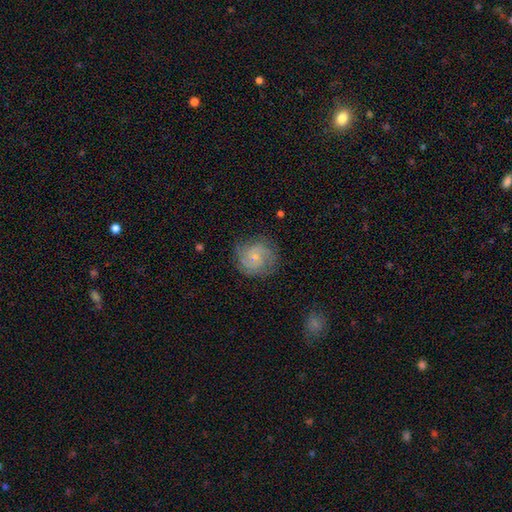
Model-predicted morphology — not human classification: smooth_or_featured: featured or disk (p=0.75) [alt: smooth p=0.18]
disk_edge_on: no (p=0.98) [alt: yes p=0.02]
bar: no (p=0.62) [alt: weak p=0.33]
has_spiral_arms: yes (p=0.95) [alt: no p=0.05]
spiral_winding: tight (p=0.54) [alt: medium p=0.37]
spiral_arm_count: 2 (p=0.42) [alt: 3 p=0.25]
bulge_size: small (p=0.65) [alt: moderate p=0.21]
merging: none (p=0.78) [alt: minor disturbance p=0.15]